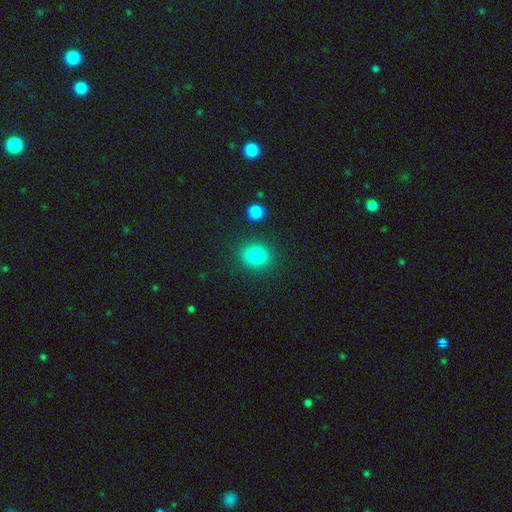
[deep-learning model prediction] This is clearly a smooth galaxy (83%). How rounded: likely round (61%). Merging: clearly none (84%).